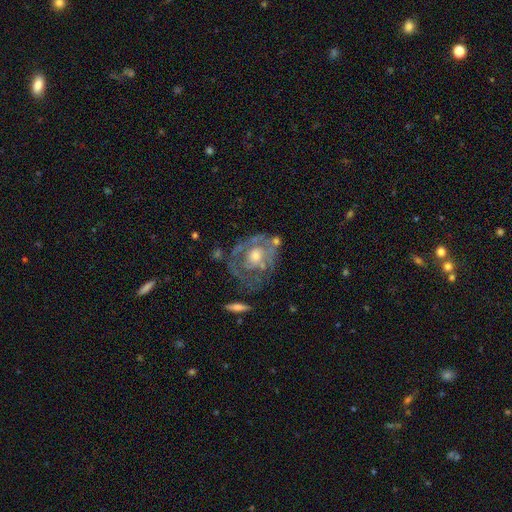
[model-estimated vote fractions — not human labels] Q: Smooth or featured?
A: featured or disk (72%); runner-up: smooth (21%)
Q: Edge-on disk?
A: no (95%); runner-up: yes (5%)
Q: Bar?
A: no (83%); runner-up: weak (14%)
Q: Spiral arms?
A: no (59%); runner-up: yes (41%)
Q: Bulge size?
A: moderate (61%); runner-up: large (17%)
Q: Merging?
A: none (54%); runner-up: minor disturbance (22%)